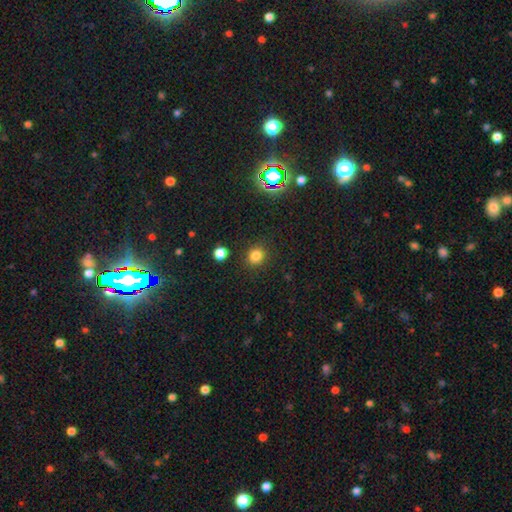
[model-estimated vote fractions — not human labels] A smooth galaxy with no disk features (81%) that is round (84%). Merging: none (87%).